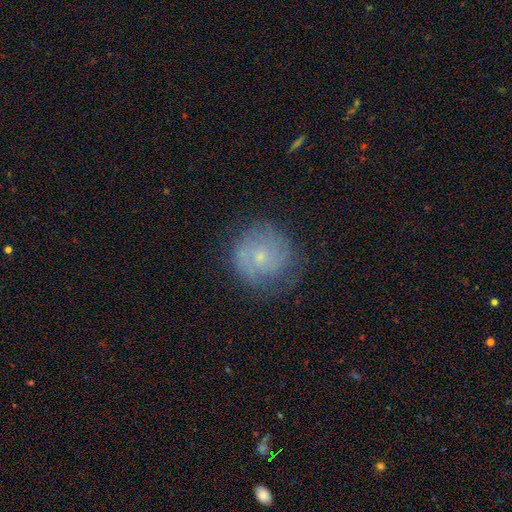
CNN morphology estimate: Overall: featured or disk (46%; smooth 41%). Merging: none (76%).